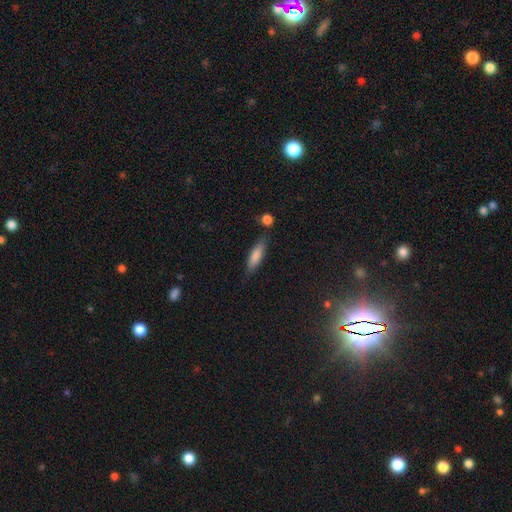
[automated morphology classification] smooth_or_featured: smooth (p=0.79) [alt: featured or disk p=0.14]
how_rounded: cigar-shaped (p=0.60) [alt: in between p=0.38]
merging: none (p=0.75) [alt: minor disturbance p=0.16]